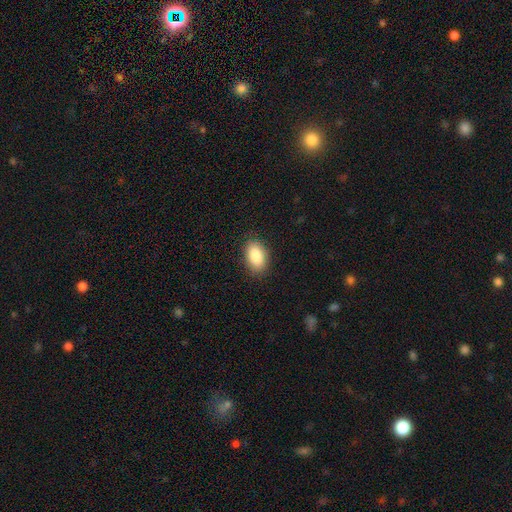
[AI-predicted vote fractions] The model was most divided on "merging": none: 87%, minor disturbance: 10%, major disturbance: 2%, merger: 1%. More confident: how rounded — in between (91%); smooth or featured — smooth (87%).